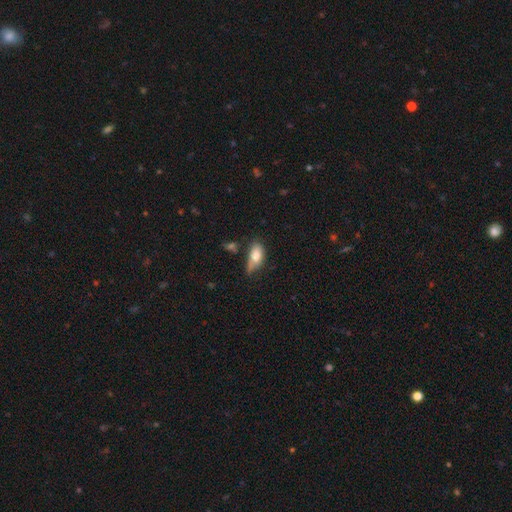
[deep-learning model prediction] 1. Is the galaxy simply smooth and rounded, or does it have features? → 77% smooth, 15% featured or disk, 7% star or artifact.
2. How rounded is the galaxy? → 88% in between, 8% cigar-shaped, 5% round.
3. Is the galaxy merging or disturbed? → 43% none, 38% minor disturbance, 12% major disturbance, 8% merger.